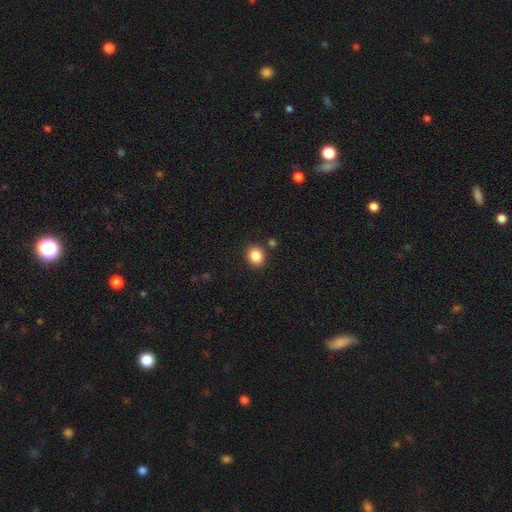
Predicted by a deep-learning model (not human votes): Q: Smooth or featured?
A: smooth (86%); runner-up: star or artifact (9%)
Q: How rounded?
A: round (65%); runner-up: in between (34%)
Q: Merging?
A: none (86%); runner-up: minor disturbance (8%)